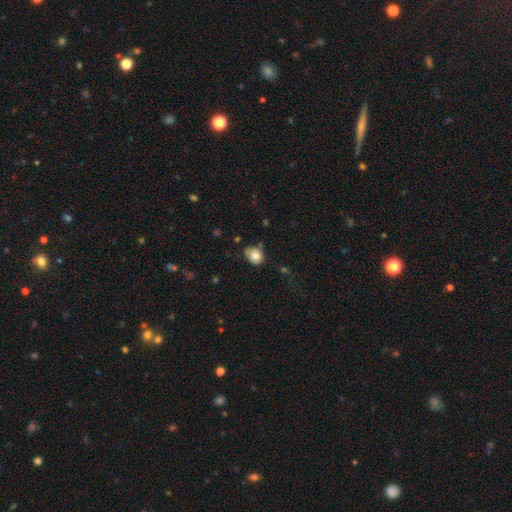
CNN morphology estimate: smooth_or_featured: smooth (p=0.78) [alt: featured or disk p=0.13]
how_rounded: in between (p=0.51) [alt: round p=0.48]
merging: none (p=0.58) [alt: minor disturbance p=0.30]